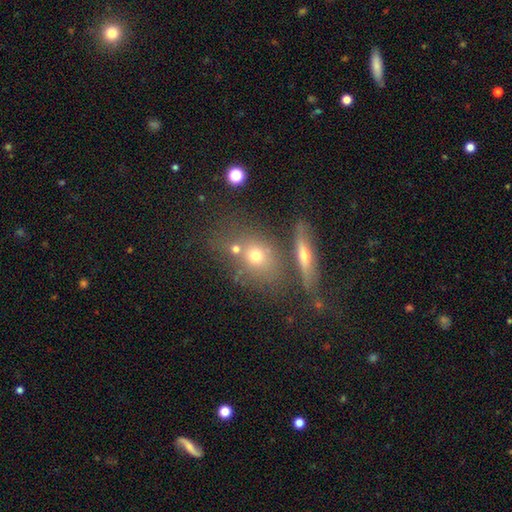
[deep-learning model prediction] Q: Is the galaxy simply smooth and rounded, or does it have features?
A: smooth — 61%.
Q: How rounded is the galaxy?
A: round — 46%.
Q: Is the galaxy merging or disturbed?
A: none — 55%.